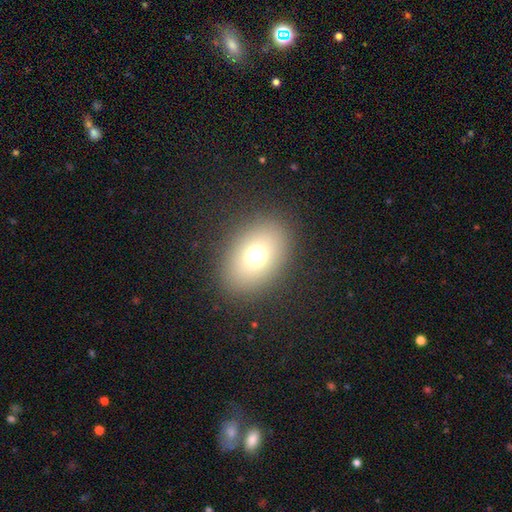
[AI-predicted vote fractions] This is likely a smooth galaxy (70%). How rounded: likely in between (66%). Merging: clearly none (87%).